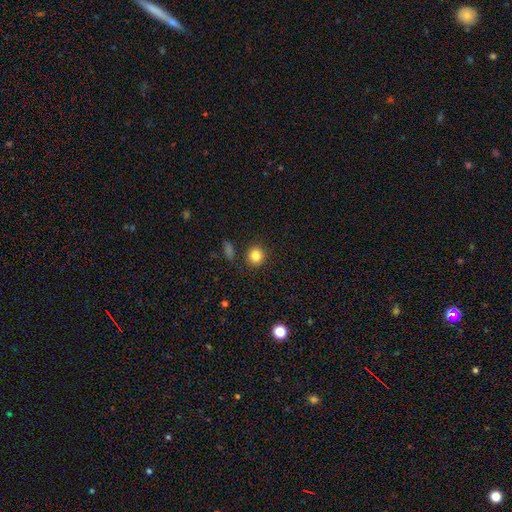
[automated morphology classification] smooth_or_featured: smooth (p=0.83) [alt: star or artifact p=0.11]
how_rounded: round (p=0.90) [alt: in between p=0.09]
merging: none (p=0.88) [alt: minor disturbance p=0.07]